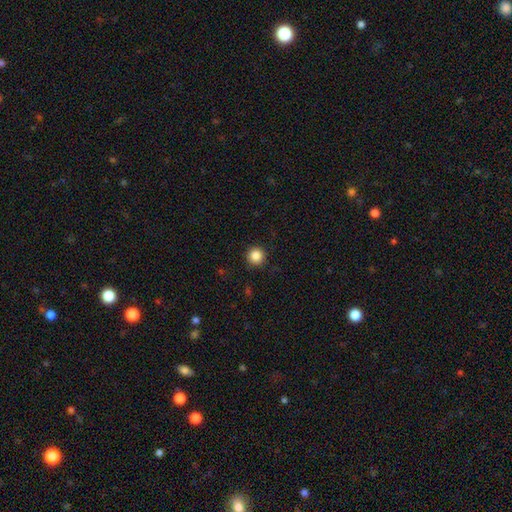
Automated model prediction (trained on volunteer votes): Smooth or featured?
  - smooth: 86% *
  - star or artifact: 11%
  - featured or disk: 3%
How rounded?
  - round: 96% *
  - in between: 4%
  - cigar-shaped: 1%
Merging?
  - none: 91% *
  - minor disturbance: 6%
  - major disturbance: 2%
  - merger: 1%